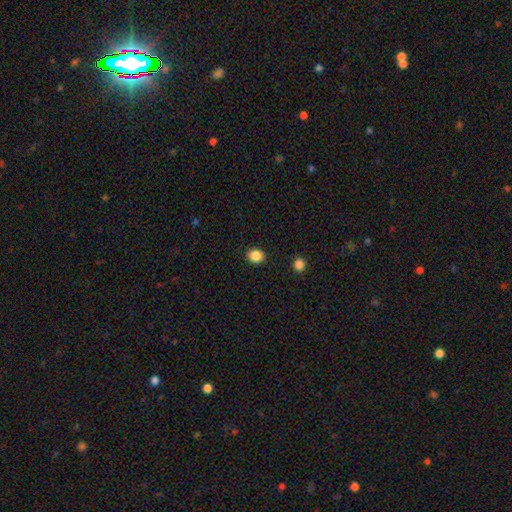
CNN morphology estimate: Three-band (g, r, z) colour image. It shows a smooth galaxy with no disk features (87%) that is round (72%). Merging: none (91%).